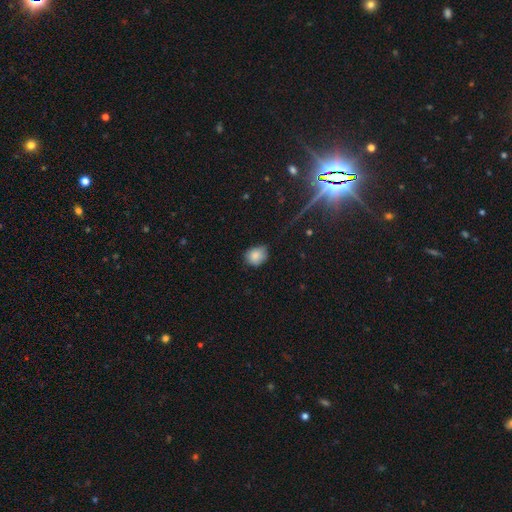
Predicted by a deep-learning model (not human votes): A smooth galaxy with no disk features (84%) that is round (65%).

Vote fractions:
- Smooth or featured? smooth: 84% / star or artifact: 9% / featured or disk: 7%
- How rounded? round: 65% / in between: 34% / cigar-shaped: 1%
- Merging? none: 64% / minor disturbance: 29% / major disturbance: 5% / merger: 2%